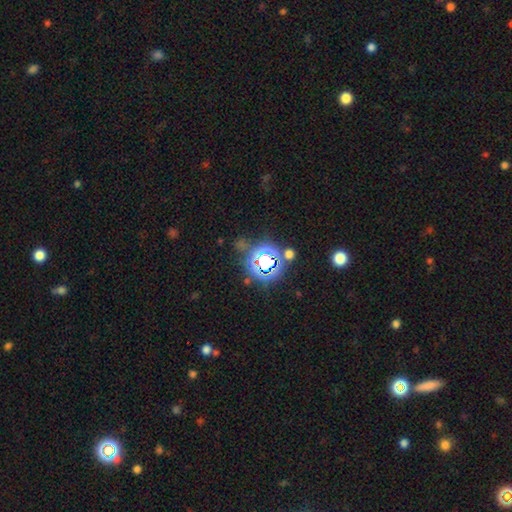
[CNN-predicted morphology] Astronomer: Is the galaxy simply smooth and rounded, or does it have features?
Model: star or artifact — 79%.